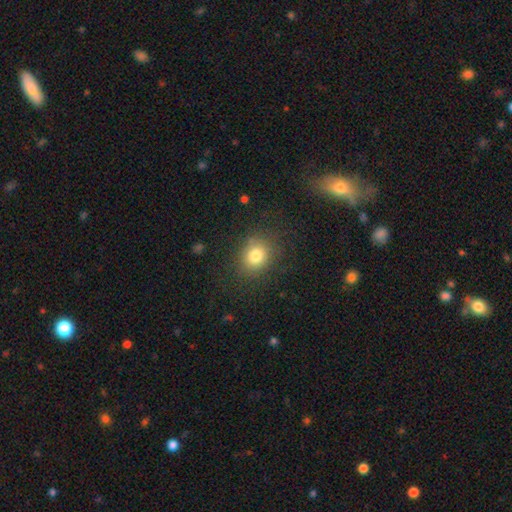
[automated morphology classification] Smooth or featured? smooth (80%)
How rounded? round (64%)
Merging? none (81%)